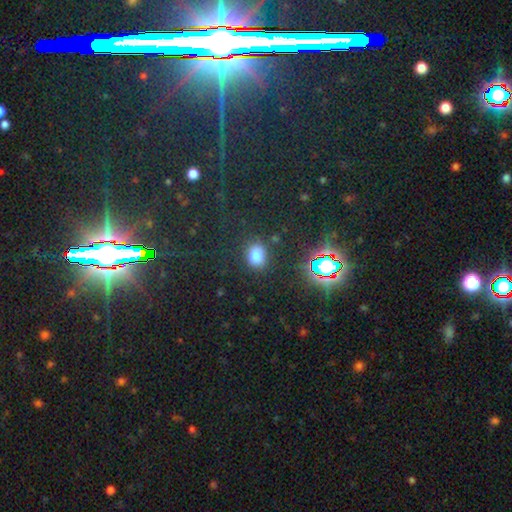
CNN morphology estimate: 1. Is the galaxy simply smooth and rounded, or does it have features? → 74% smooth, 19% star or artifact, 7% featured or disk.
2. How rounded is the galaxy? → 50% round, 49% in between, 1% cigar-shaped.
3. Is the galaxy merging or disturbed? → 82% none, 11% minor disturbance, 4% major disturbance, 3% merger.